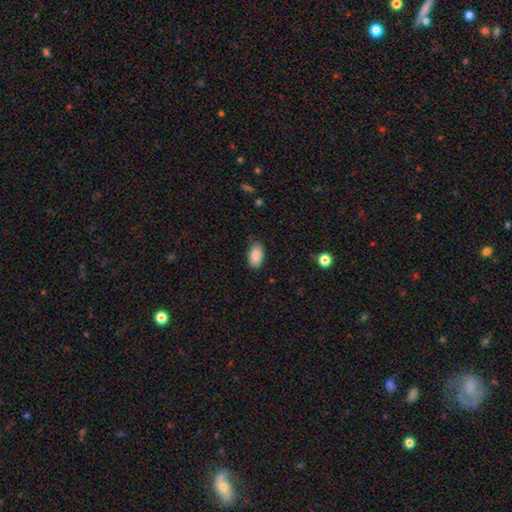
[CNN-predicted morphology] Smooth or featured? smooth (87%)
How rounded? in between (93%)
Merging? none (80%)